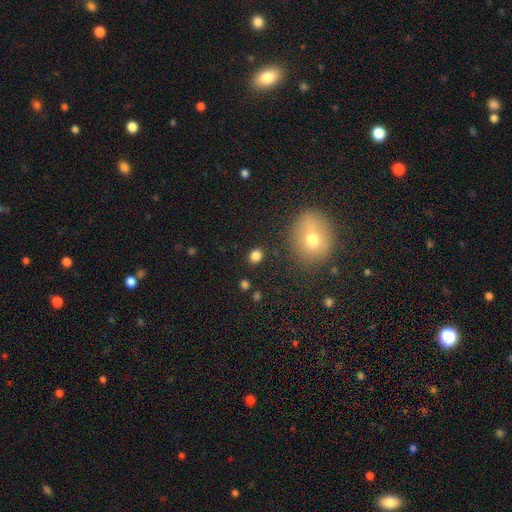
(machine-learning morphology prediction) type=smooth (82%); roundness=round (64%); merging=none (87%).